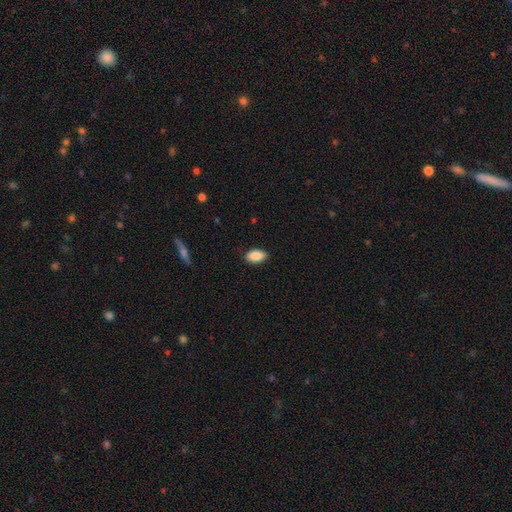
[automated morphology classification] smooth-or-featured: smooth: 89% | star or artifact: 7% | featured or disk: 4%
  how-rounded: in between: 93% | round: 3% | cigar-shaped: 3%
  merging: none: 88% | minor disturbance: 9% | major disturbance: 2% | merger: 1%